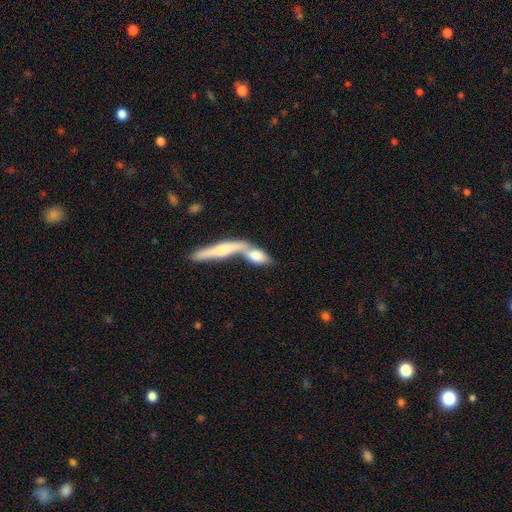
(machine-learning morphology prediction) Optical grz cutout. It shows a smooth galaxy with no disk features (68%) that is in between round and cigar-shaped (65%). Merging: merger (65%).